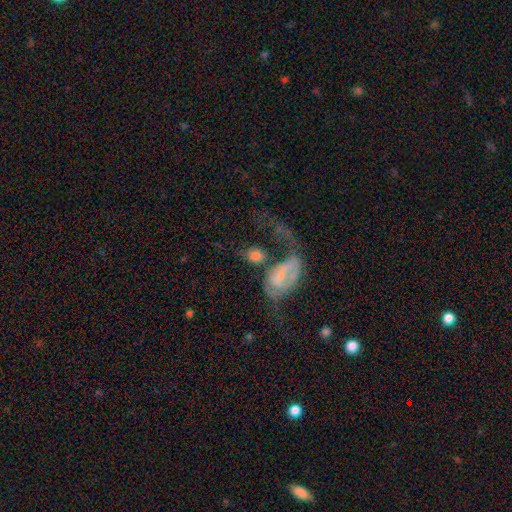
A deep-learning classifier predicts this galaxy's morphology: A smooth galaxy with no disk features (60%) that is in between round and cigar-shaped (59%). Merging: merger (38%).